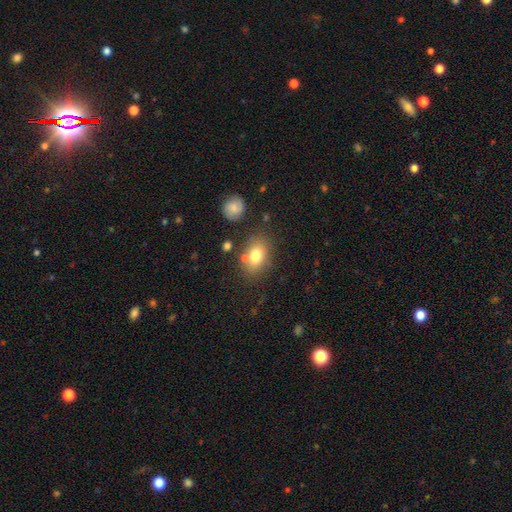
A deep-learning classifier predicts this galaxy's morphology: This is likely a smooth galaxy (76%). How rounded: likely in between (77%). Merging: likely none (70%).